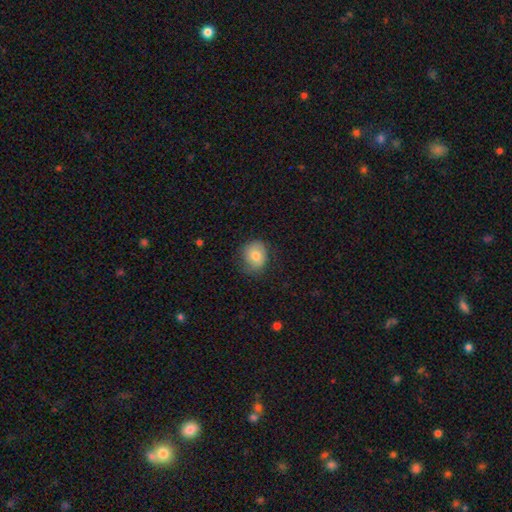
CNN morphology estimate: A smooth galaxy with no disk features (78%) that is round (70%).

Vote fractions:
- Smooth or featured? smooth: 78% / featured or disk: 14% / star or artifact: 8%
- How rounded? round: 70% / in between: 29% / cigar-shaped: 1%
- Merging? none: 71% / minor disturbance: 21% / major disturbance: 6% / merger: 1%